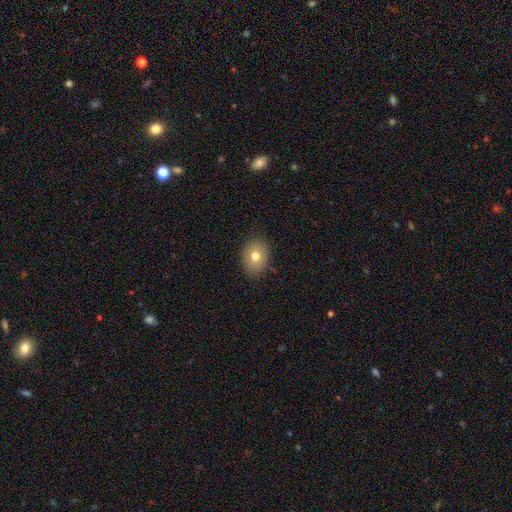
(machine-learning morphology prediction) This is likely a smooth galaxy (76%). How rounded: likely in between (62%). Merging: clearly none (85%).